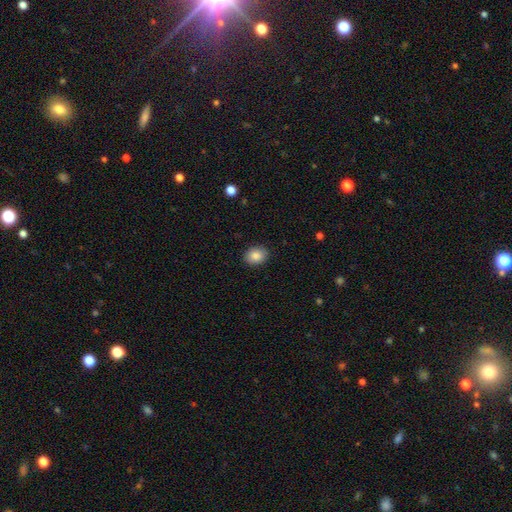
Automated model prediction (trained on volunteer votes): A smooth galaxy with no disk features (86%) that is in between round and cigar-shaped (56%).

Vote fractions:
- Smooth or featured? smooth: 86% / star or artifact: 8% / featured or disk: 6%
- How rounded? in between: 56% / round: 43% / cigar-shaped: 1%
- Merging? none: 89% / minor disturbance: 8% / major disturbance: 2% / merger: 1%